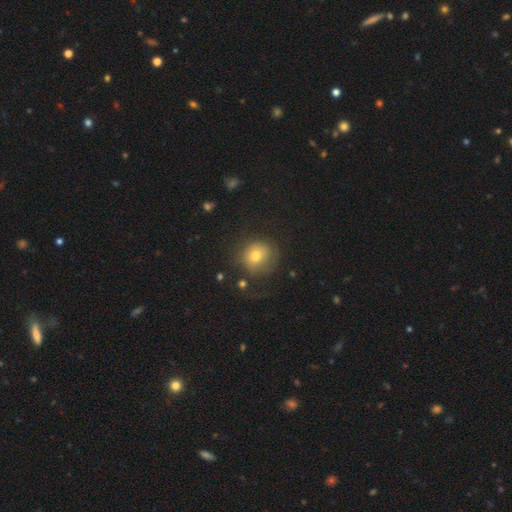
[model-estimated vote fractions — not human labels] A smooth galaxy with no disk features (72%) that is round (84%). Merging: none (70%).